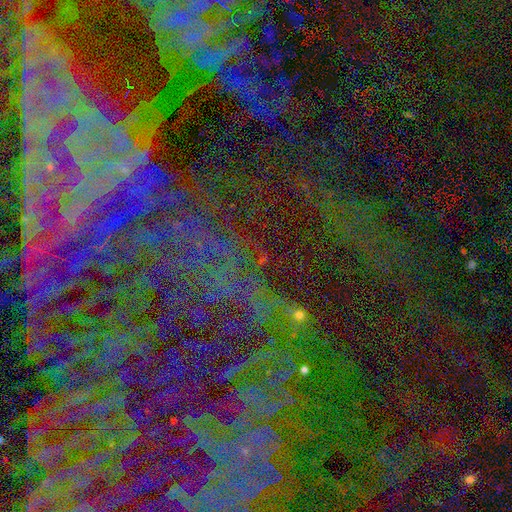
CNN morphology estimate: A star or artifact, not a galaxy (84%).